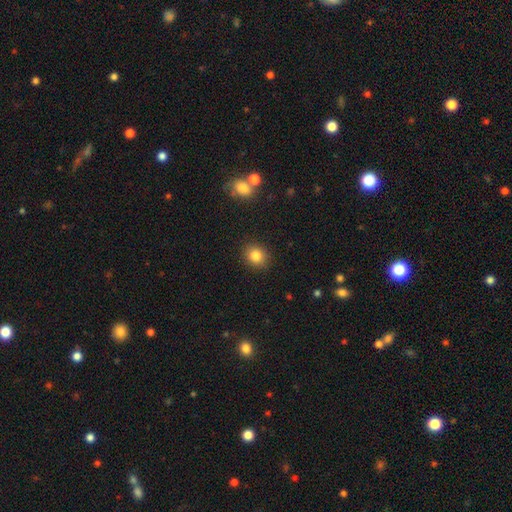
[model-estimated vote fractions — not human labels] Smooth or featured? Predicted: smooth (p=0.83). How rounded? Predicted: round (p=0.71). Merging? Predicted: none (p=0.89).